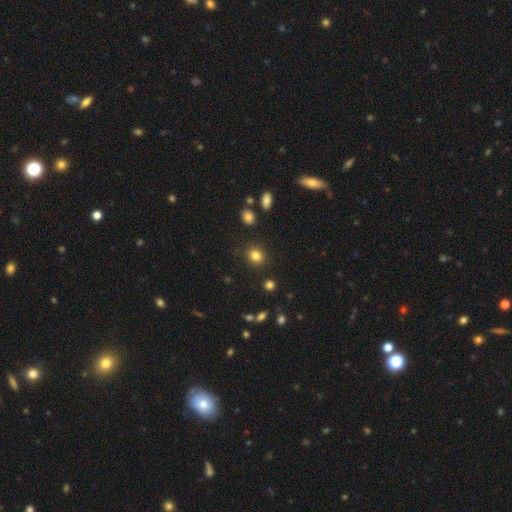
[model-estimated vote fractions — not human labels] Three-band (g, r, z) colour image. It shows a smooth galaxy with no disk features (83%) that is round (79%). Merging: none (88%).